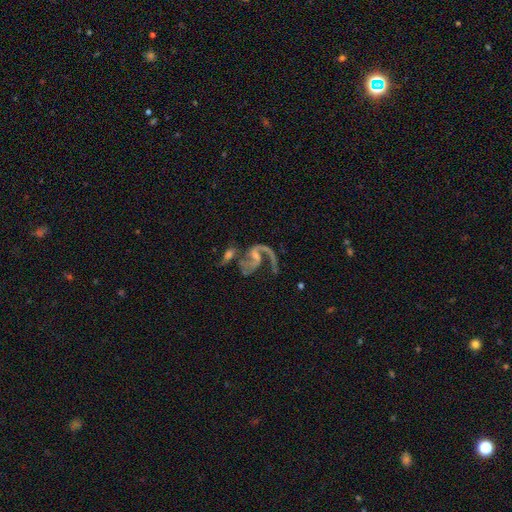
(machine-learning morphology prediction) Smooth or featured? Predicted: featured or disk (p=0.86). Edge-on disk? Predicted: no (p=0.97). Bar? Predicted: no (p=0.45). Spiral arms? Predicted: yes (p=0.93). Spiral winding? Predicted: loose (p=0.55). Spiral arm count? Predicted: 2 (p=0.69). Bulge size? Predicted: small (p=0.55). Merging? Predicted: merger (p=0.35).